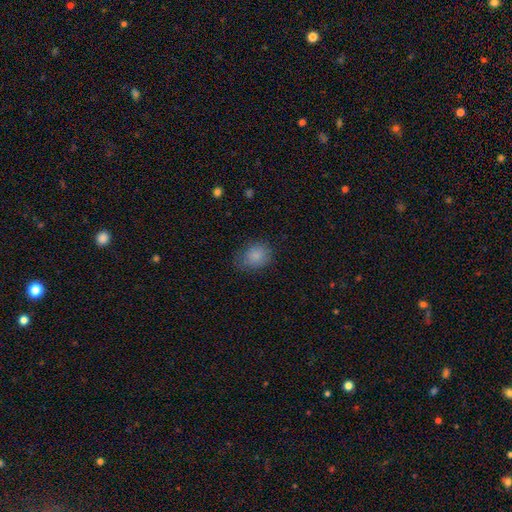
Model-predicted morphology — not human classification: This is clearly a smooth galaxy (85%). How rounded: possibly in between (54%). Merging: likely none (70%).